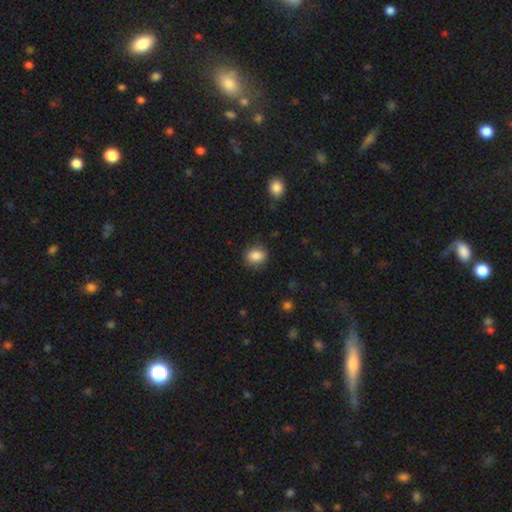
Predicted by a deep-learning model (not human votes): A smooth galaxy with no disk features (86%) that is in between round and cigar-shaped (51%). Merging: none (84%).